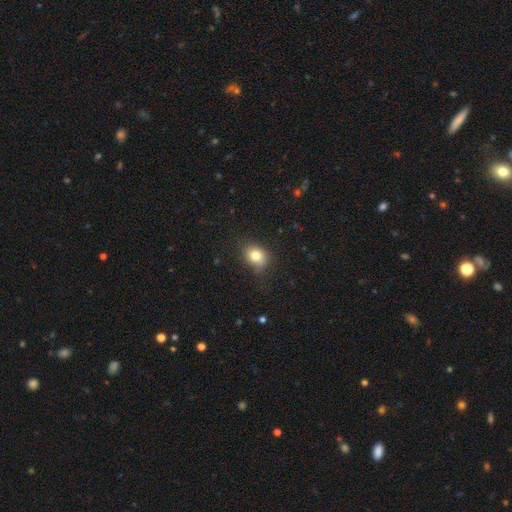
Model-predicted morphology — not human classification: smooth 80%, star or artifact 11%, featured or disk 9%. Down the decision tree: how rounded — round (52%); merging — none (74%).